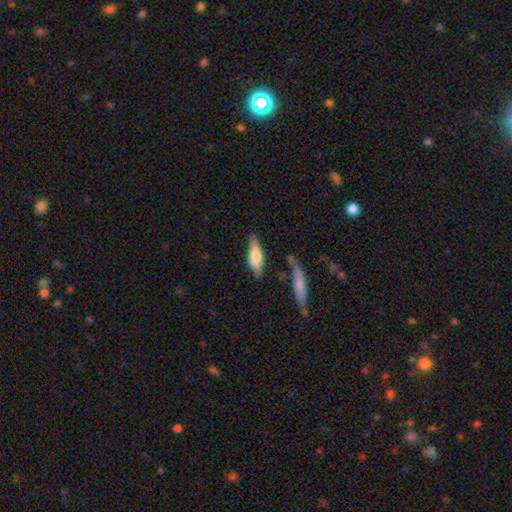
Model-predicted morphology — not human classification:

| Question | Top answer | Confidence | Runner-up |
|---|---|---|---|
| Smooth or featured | smooth | 60% | featured or disk (34%) |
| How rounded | in between | 51% | cigar-shaped (46%) |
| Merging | none | 72% | minor disturbance (18%) |